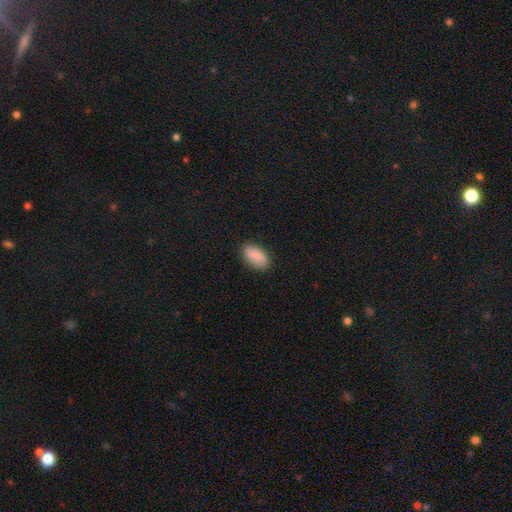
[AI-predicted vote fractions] This appears to be a smooth galaxy with no disk features (89%) that is in between round and cigar-shaped (92%). Merging: none (85%).